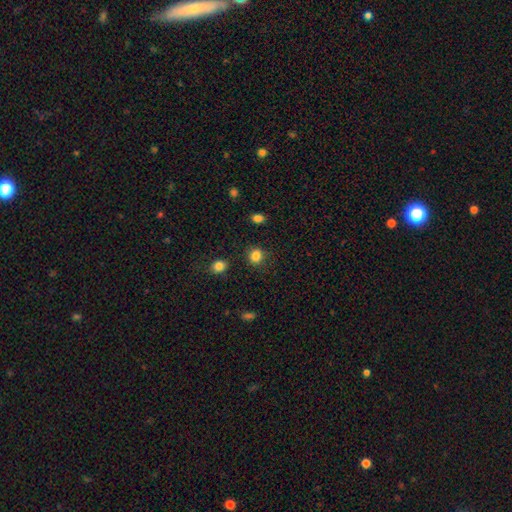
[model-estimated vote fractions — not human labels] Smooth or featured? Predicted: smooth (p=0.85). How rounded? Predicted: round (p=0.79). Merging? Predicted: none (p=0.85).